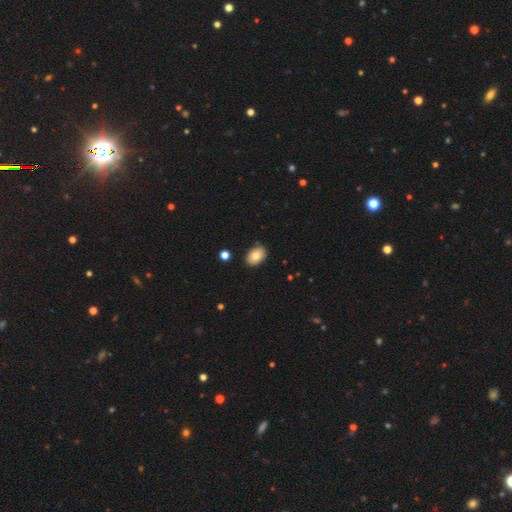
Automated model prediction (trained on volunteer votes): A smooth galaxy with no disk features (81%) that is in between round and cigar-shaped (81%).

Vote fractions:
- Smooth or featured? smooth: 81% / featured or disk: 11% / star or artifact: 8%
- How rounded? in between: 81% / round: 18% / cigar-shaped: 1%
- Merging? none: 86% / minor disturbance: 10% / major disturbance: 2% / merger: 2%